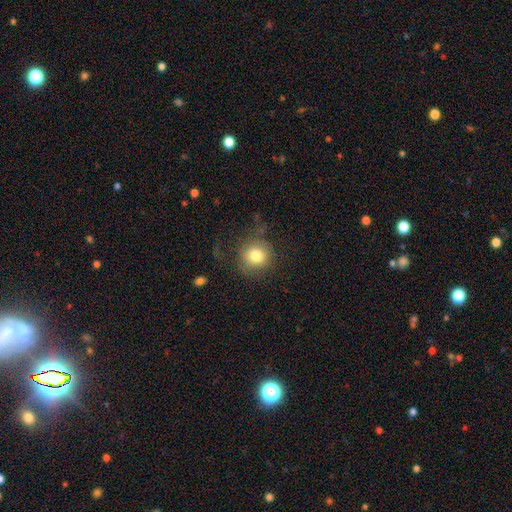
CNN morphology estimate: Smooth or featured: smooth — 78% (featured or disk — 12%)
How rounded: round — 90% (in between — 9%)
Merging: none — 71% (minor disturbance — 16%)